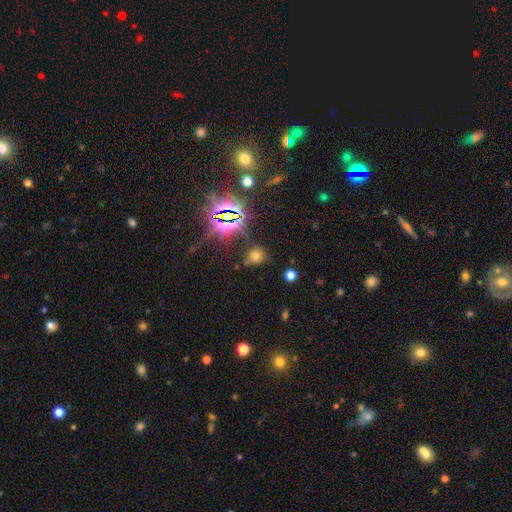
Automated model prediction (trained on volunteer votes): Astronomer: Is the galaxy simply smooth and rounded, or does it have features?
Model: smooth — 55% (runner-up: star or artifact, 36%).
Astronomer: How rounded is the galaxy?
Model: round — 78%.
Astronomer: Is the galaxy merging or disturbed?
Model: none — 76%.